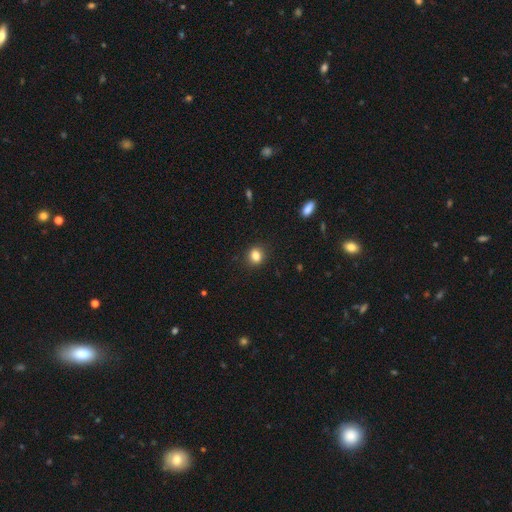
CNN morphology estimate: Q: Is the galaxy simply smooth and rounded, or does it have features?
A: smooth — 84%.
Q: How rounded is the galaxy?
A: round — 64%.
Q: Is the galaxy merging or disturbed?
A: none — 88%.